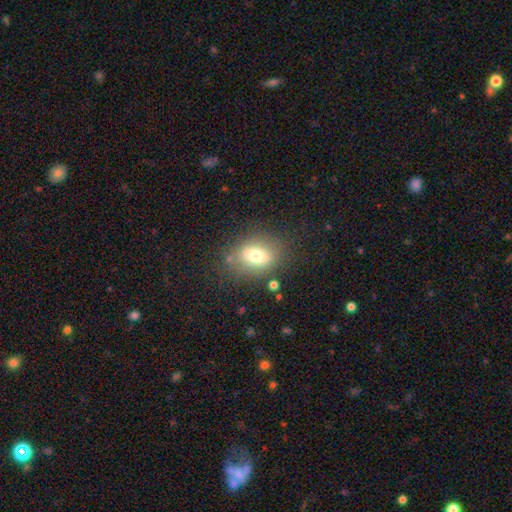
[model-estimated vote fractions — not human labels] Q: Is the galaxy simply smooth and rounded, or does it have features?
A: smooth — 68%.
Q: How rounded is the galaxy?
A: in between — 64%.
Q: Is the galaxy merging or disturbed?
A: none — 75%.